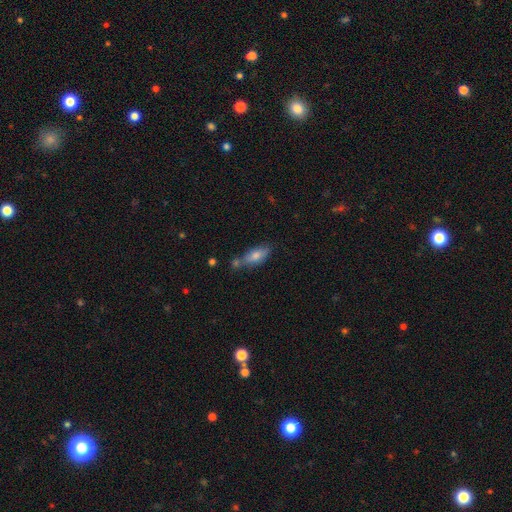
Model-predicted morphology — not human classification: Smooth or featured? smooth (75%)
How rounded? in between (76%)
Merging? none (54%)